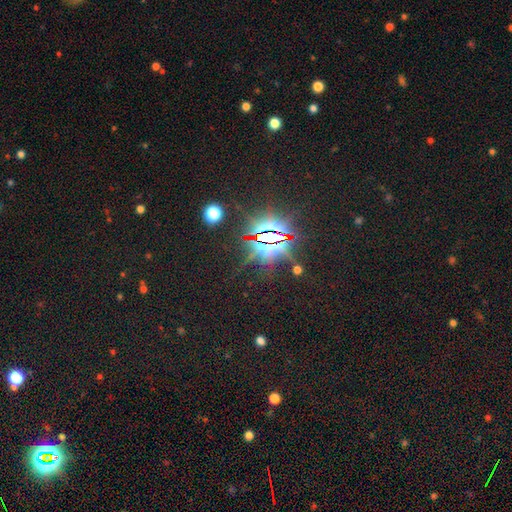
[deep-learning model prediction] smooth-or-featured: star or artifact: 84% | featured or disk: 8% | smooth: 8%